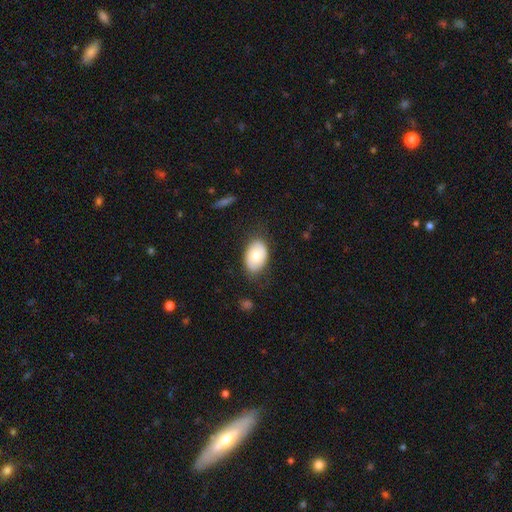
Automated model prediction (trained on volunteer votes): A smooth galaxy with no disk features (72%) that is in between round and cigar-shaped (88%). Merging: none (77%).